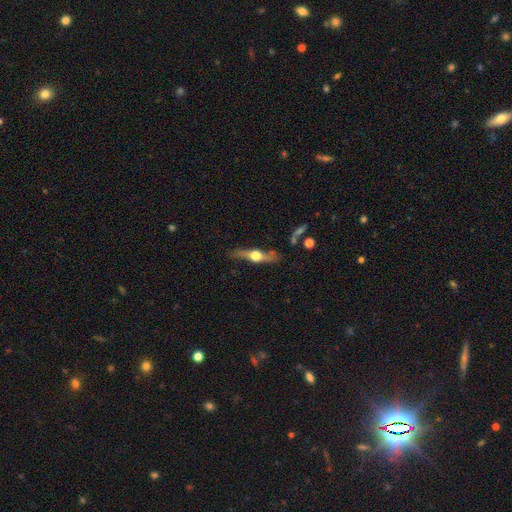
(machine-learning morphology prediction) Smooth or featured? featured or disk (73%)
Edge-on disk? yes (94%)
Edge-on bulge? rounded (95%)
Merging? none (77%)